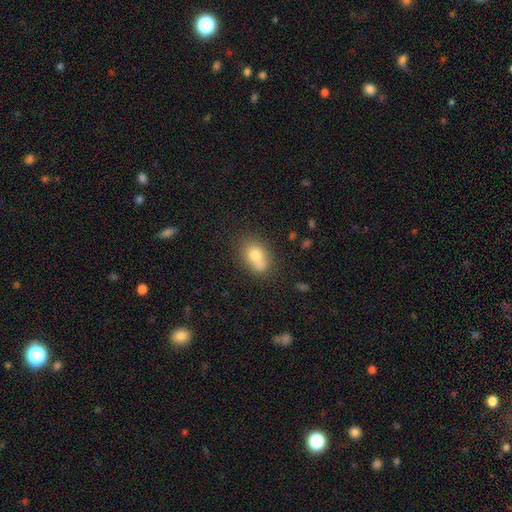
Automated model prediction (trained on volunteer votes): smooth 75%, featured or disk 15%, star or artifact 10%. Down the decision tree: how rounded — in between (76%); merging — none (51%).